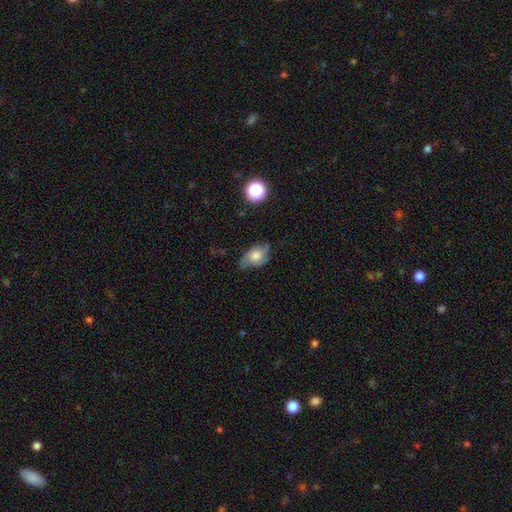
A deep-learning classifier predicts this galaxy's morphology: type=featured or disk (49%); merging=none (57%).